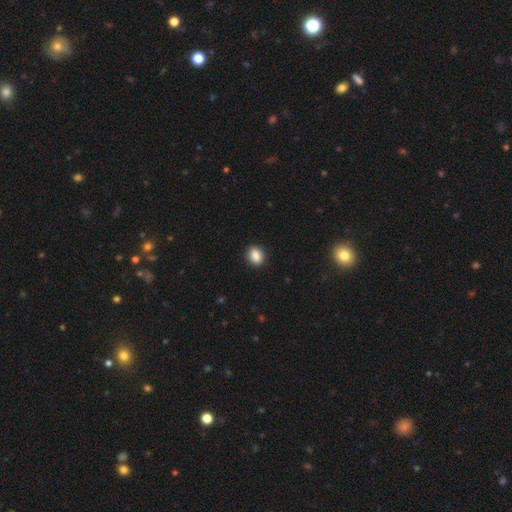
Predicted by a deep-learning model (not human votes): This appears to be a smooth galaxy with no disk features (88%) that is round (50%). Merging: none (90%).